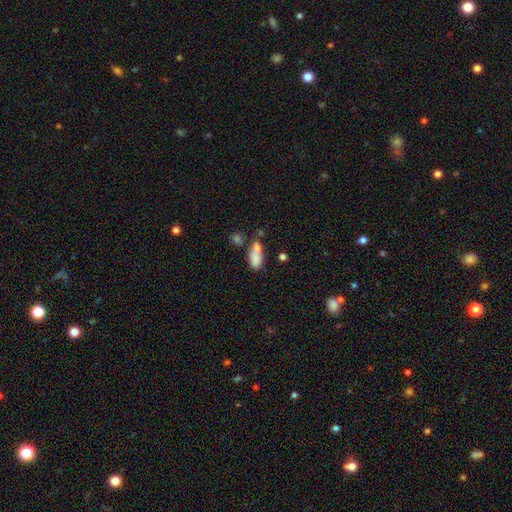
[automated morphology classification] This appears to be a smooth galaxy with no disk features (76%) that is in between round and cigar-shaped (79%). Merging: none (36%).